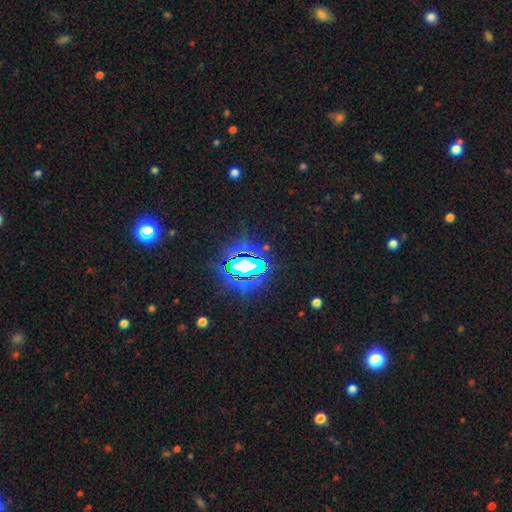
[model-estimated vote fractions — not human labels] Overall: star or artifact (85%).